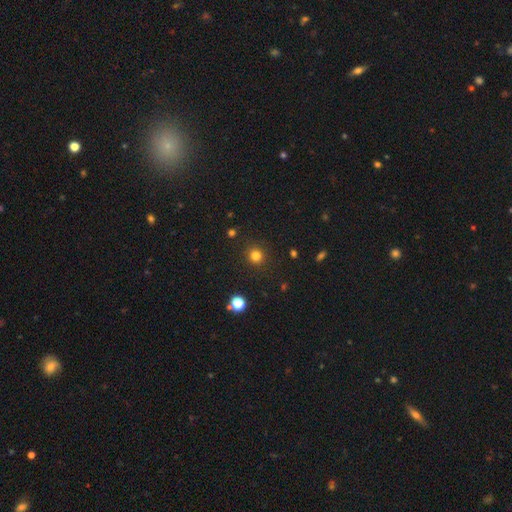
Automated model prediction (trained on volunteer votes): Smooth or featured? Predicted: smooth (p=0.81). How rounded? Predicted: round (p=0.93). Merging? Predicted: none (p=0.90).